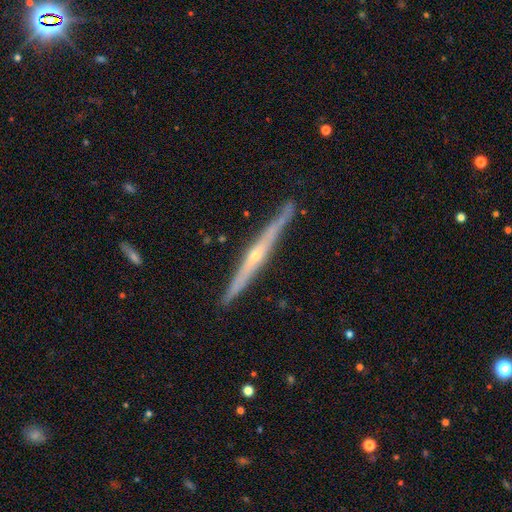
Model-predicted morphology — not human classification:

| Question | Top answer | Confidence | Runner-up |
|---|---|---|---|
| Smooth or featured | featured or disk | 81% | smooth (14%) |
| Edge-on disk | yes | 98% | no (2%) |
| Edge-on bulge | rounded | 72% | none (24%) |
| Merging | none | 88% | minor disturbance (9%) |